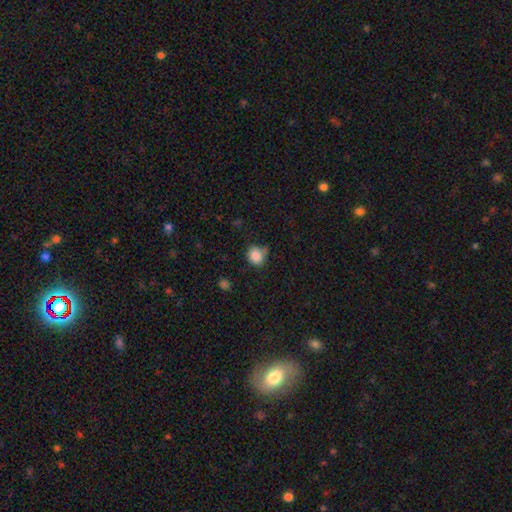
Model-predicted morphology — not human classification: Smooth or featured?
  - smooth: 85% *
  - star or artifact: 10%
  - featured or disk: 5%
How rounded?
  - round: 70% *
  - in between: 29%
  - cigar-shaped: 1%
Merging?
  - none: 61% *
  - minor disturbance: 26%
  - merger: 7%
  - major disturbance: 7%